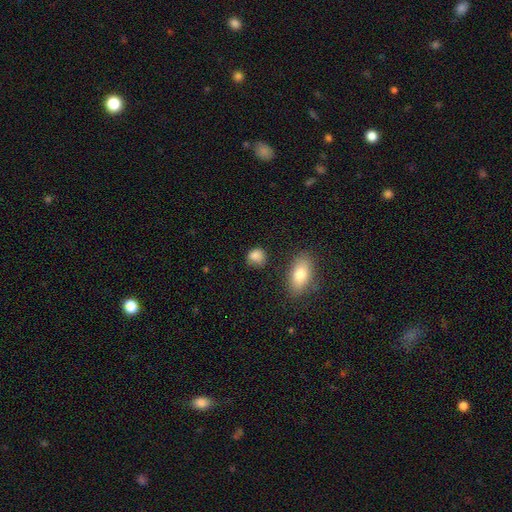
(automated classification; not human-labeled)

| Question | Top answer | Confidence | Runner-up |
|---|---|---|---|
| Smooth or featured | smooth | 85% | star or artifact (10%) |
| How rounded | round | 64% | in between (34%) |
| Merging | none | 67% | minor disturbance (22%) |